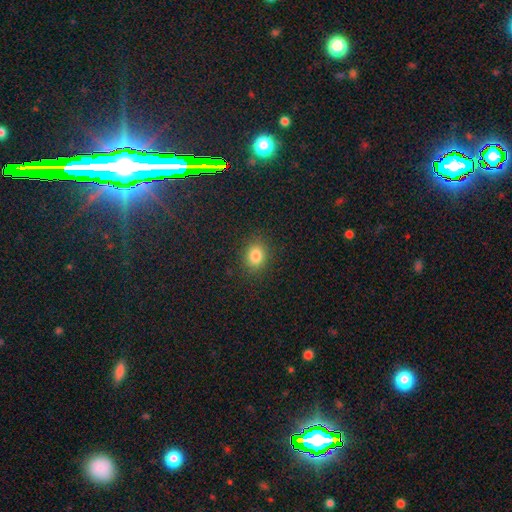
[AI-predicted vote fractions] A smooth galaxy with no disk features (82%) that is round (54%).

Vote fractions:
- Smooth or featured? smooth: 82% / star or artifact: 12% / featured or disk: 6%
- How rounded? round: 54% / in between: 45% / cigar-shaped: 1%
- Merging? none: 88% / minor disturbance: 8% / major disturbance: 3% / merger: 1%